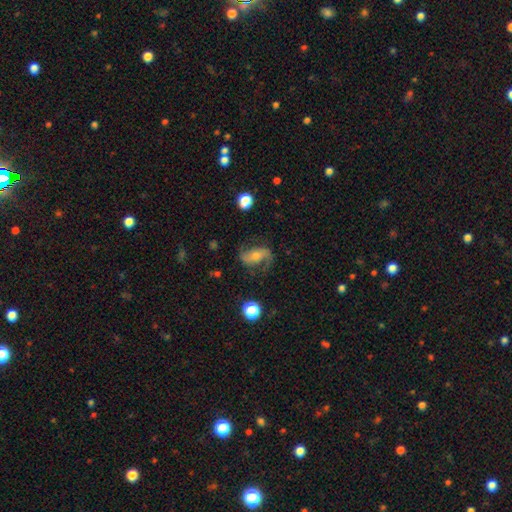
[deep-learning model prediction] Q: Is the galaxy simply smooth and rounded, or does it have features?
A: featured or disk — 78%.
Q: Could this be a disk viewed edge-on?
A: no — 96%.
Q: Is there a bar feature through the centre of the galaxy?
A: no — 38%.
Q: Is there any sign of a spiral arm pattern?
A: yes — 94%.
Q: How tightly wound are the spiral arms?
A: loose — 53%.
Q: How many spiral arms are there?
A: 2 — 90%.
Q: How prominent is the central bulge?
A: small — 49%.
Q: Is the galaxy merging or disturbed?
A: none — 73%.